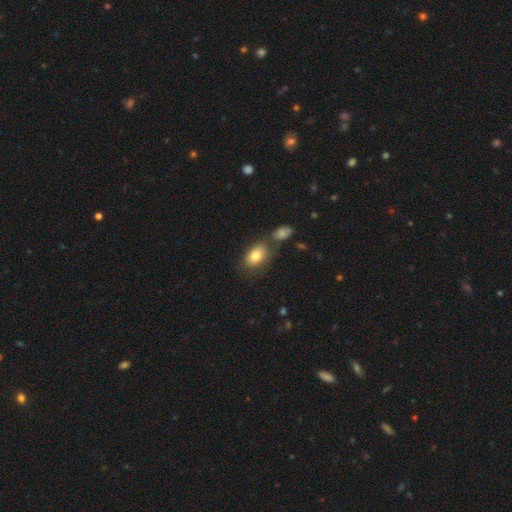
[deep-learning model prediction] This is clearly a smooth galaxy (81%). How rounded: clearly in between (84%). Merging: possibly none (59%).